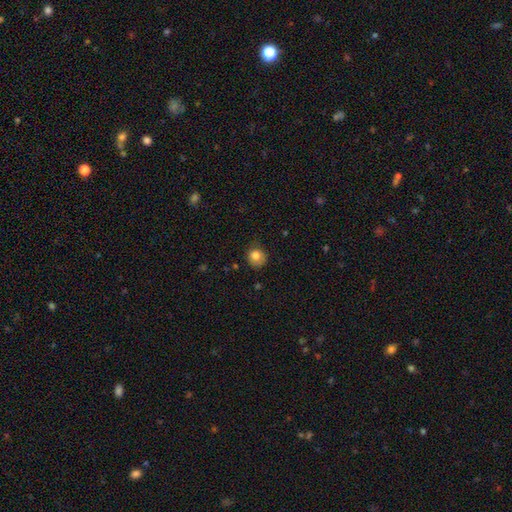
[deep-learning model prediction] A smooth galaxy with no disk features (81%) that is round (82%). Merging: none (67%).